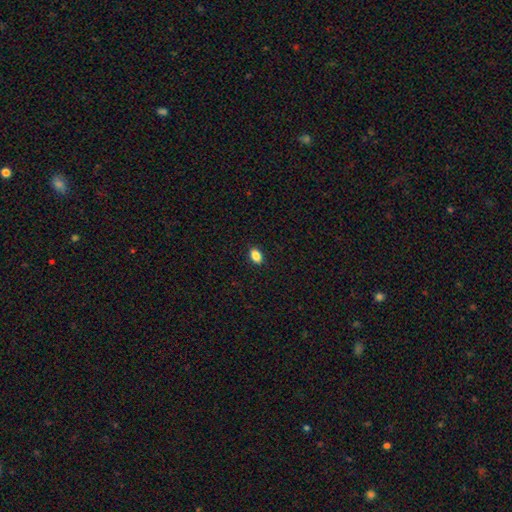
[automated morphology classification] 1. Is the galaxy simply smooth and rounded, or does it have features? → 87% smooth, 9% star or artifact, 4% featured or disk.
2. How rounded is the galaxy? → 83% in between, 15% round, 2% cigar-shaped.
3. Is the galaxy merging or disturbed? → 90% none, 7% minor disturbance, 2% major disturbance, 1% merger.